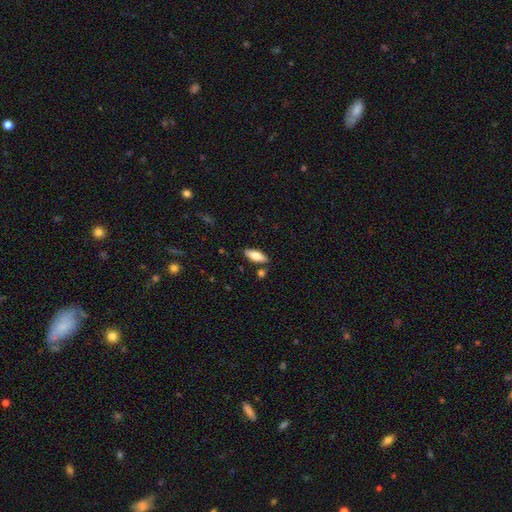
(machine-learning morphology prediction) type=smooth (77%); roundness=in between (72%); merging=none (81%).